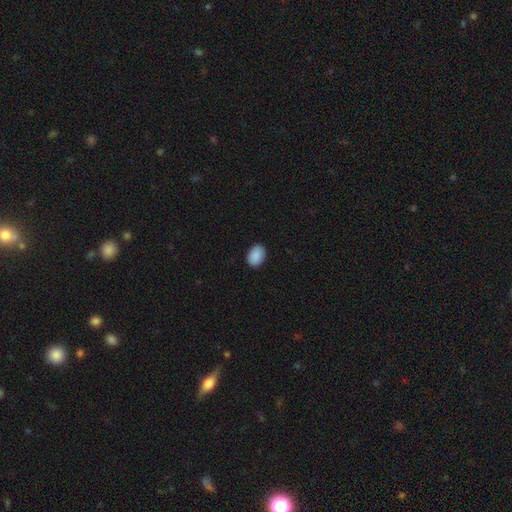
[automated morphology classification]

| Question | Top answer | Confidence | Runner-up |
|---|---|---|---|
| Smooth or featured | smooth | 90% | star or artifact (7%) |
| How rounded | in between | 74% | round (25%) |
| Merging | none | 89% | minor disturbance (8%) |